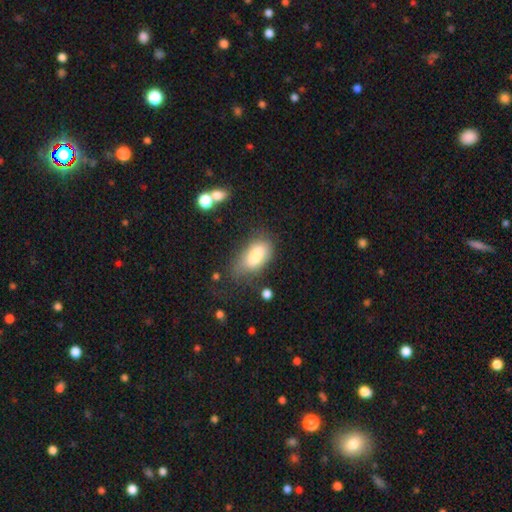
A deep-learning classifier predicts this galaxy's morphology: A smooth galaxy with no disk features (76%) that is in between round and cigar-shaped (86%).

Vote fractions:
- Smooth or featured? smooth: 76% / featured or disk: 16% / star or artifact: 8%
- How rounded? in between: 86% / cigar-shaped: 11% / round: 3%
- Merging? none: 49% / minor disturbance: 30% / major disturbance: 16% / merger: 5%